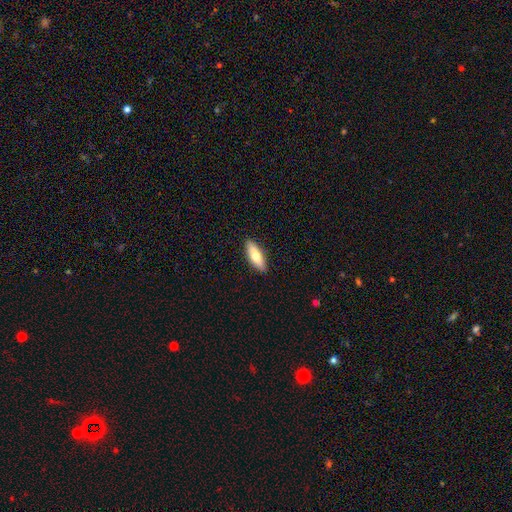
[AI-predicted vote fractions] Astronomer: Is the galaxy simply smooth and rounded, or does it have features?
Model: smooth — 71%.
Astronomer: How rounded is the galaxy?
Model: in between — 58% (runner-up: cigar-shaped, 40%).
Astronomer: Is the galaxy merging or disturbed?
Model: none — 89%.